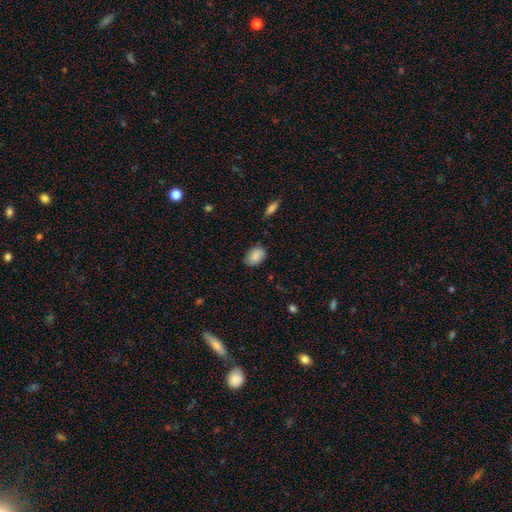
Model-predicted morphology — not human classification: type=smooth (84%); roundness=in between (82%); merging=none (78%).